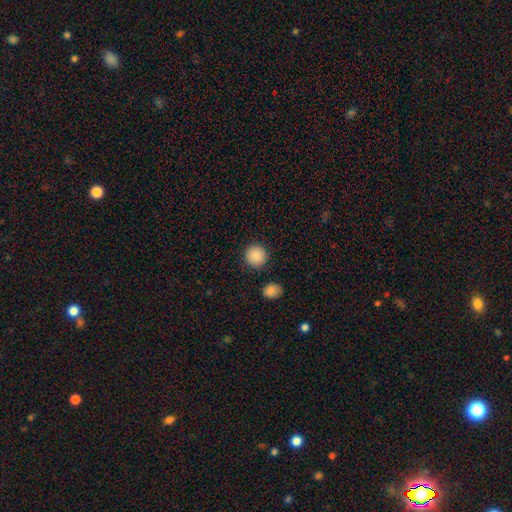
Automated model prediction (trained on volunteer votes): Smooth or featured?
  - smooth: 89% *
  - star or artifact: 9%
  - featured or disk: 3%
How rounded?
  - round: 94% *
  - in between: 5%
  - cigar-shaped: 1%
Merging?
  - none: 90% *
  - minor disturbance: 6%
  - merger: 2%
  - major disturbance: 2%